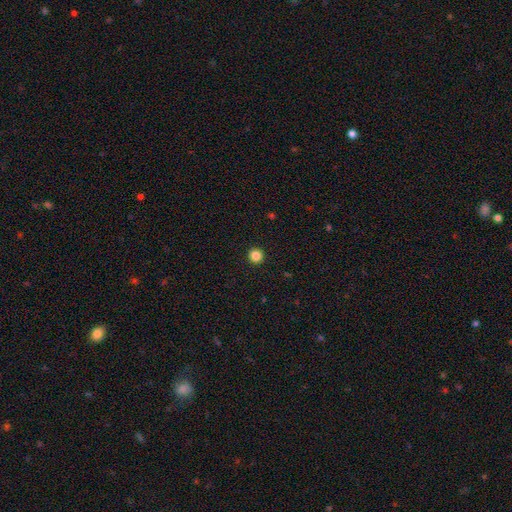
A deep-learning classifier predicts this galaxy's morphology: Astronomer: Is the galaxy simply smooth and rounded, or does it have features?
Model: smooth — 85%.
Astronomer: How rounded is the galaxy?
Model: round — 96%.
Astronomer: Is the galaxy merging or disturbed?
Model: none — 94%.